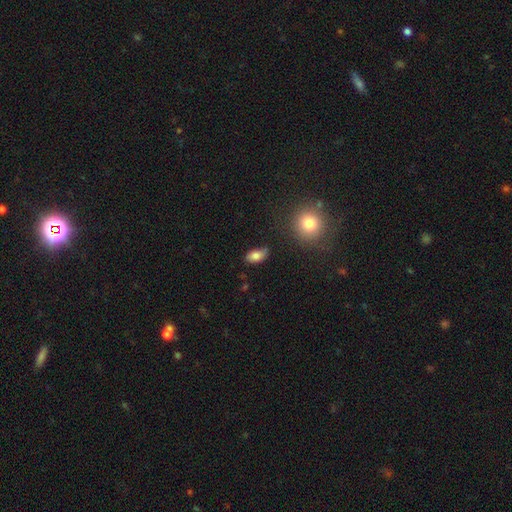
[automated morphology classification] smooth_or_featured: smooth (p=0.77) [alt: featured or disk p=0.14]
how_rounded: in between (p=0.89) [alt: round p=0.08]
merging: none (p=0.66) [alt: minor disturbance p=0.25]